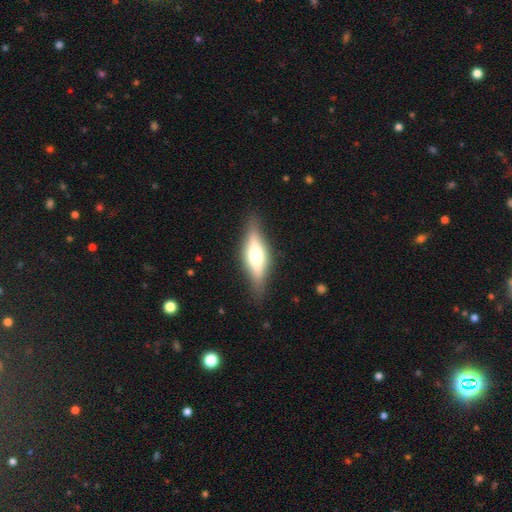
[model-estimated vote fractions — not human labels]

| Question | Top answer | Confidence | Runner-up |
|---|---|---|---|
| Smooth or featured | featured or disk | 58% | smooth (36%) |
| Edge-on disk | yes | 90% | no (10%) |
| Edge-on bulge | rounded | 87% | boxy (10%) |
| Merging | none | 84% | minor disturbance (12%) |